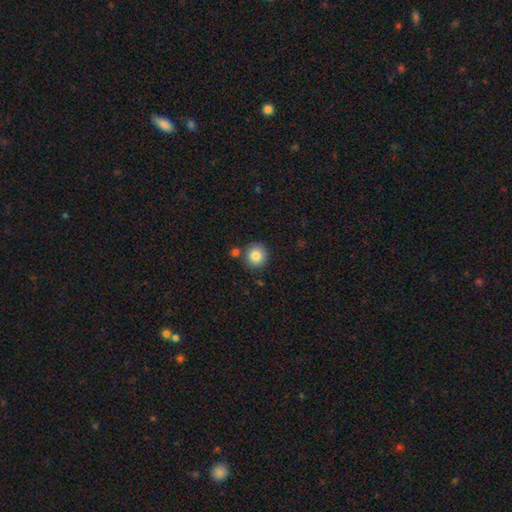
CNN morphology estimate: The model was most divided on "merging": none: 79%, merger: 10%, minor disturbance: 9%, major disturbance: 3%. More confident: how rounded — round (92%); smooth or featured — smooth (84%).